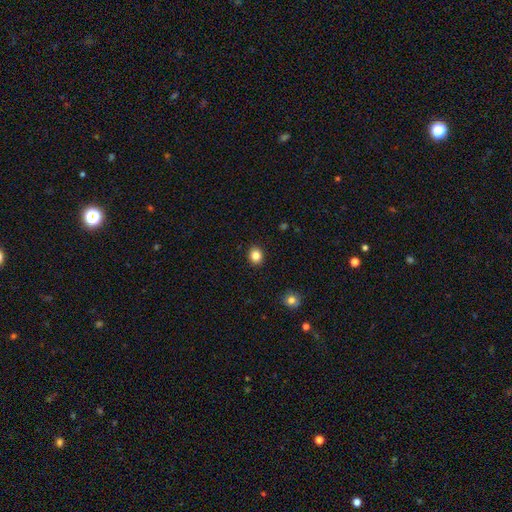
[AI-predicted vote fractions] Smooth or featured? smooth (84%)
How rounded? round (69%)
Merging? none (91%)